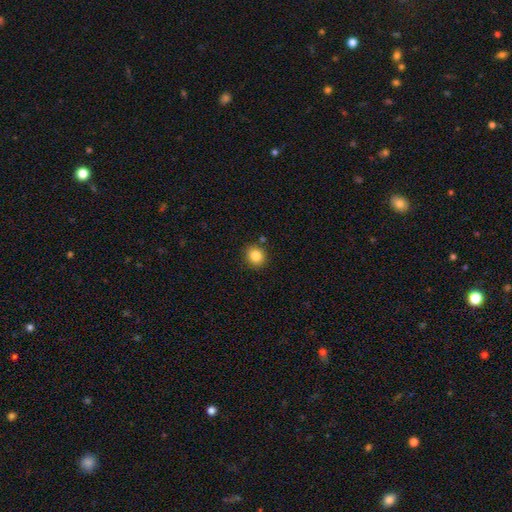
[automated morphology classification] This is clearly a smooth galaxy (84%). How rounded: clearly round (83%). Merging: clearly none (87%).